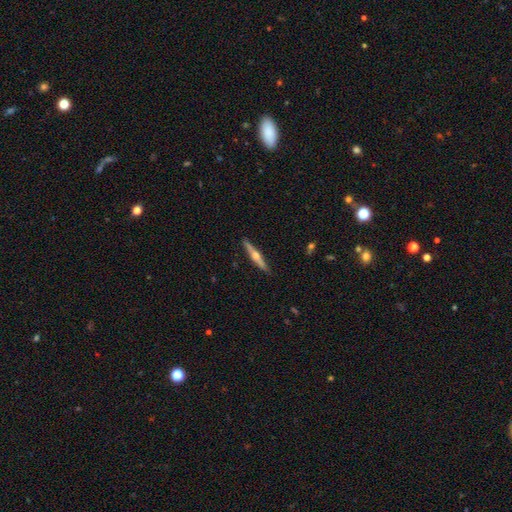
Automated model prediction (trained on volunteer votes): Smooth or featured: featured or disk — 71% (smooth — 24%)
Edge-on disk: yes — 98% (no — 2%)
Edge-on bulge: rounded — 93% (none — 4%)
Merging: none — 90% (minor disturbance — 8%)